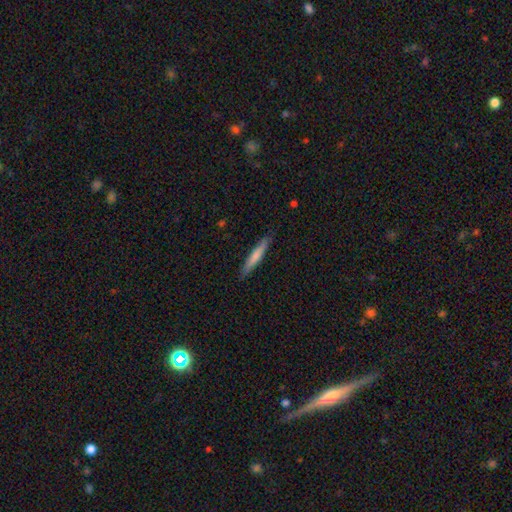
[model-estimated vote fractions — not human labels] A smooth galaxy with no disk features (70%) that is cigar-shaped (94%).

Vote fractions:
- Smooth or featured? smooth: 70% / featured or disk: 25% / star or artifact: 5%
- How rounded? cigar-shaped: 94% / in between: 5% / round: 1%
- Merging? none: 88% / minor disturbance: 9% / major disturbance: 2% / merger: 1%